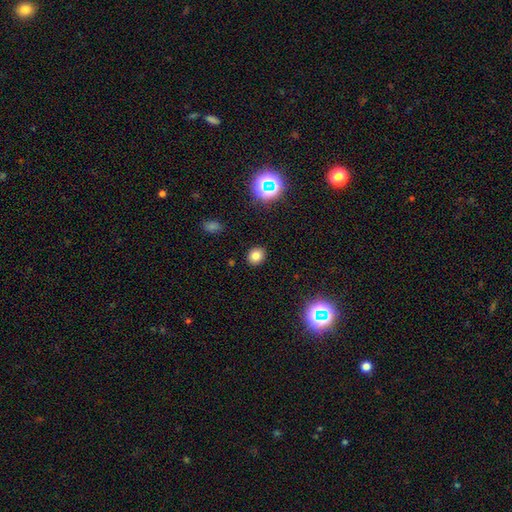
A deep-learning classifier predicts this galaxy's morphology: A smooth galaxy with no disk features (78%) that is round (69%).

Vote fractions:
- Smooth or featured? smooth: 78% / star or artifact: 16% / featured or disk: 7%
- How rounded? round: 69% / in between: 30% / cigar-shaped: 1%
- Merging? none: 90% / minor disturbance: 7% / major disturbance: 2% / merger: 1%